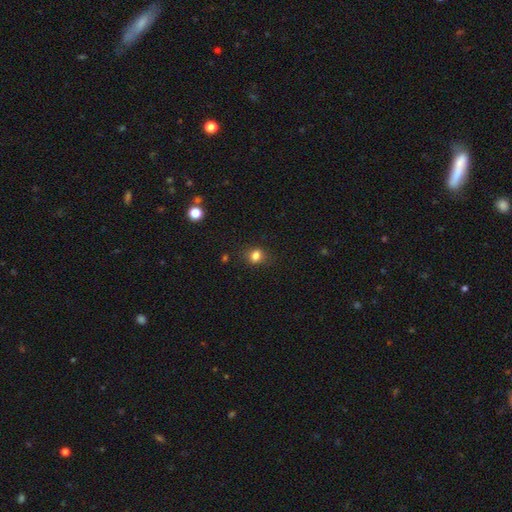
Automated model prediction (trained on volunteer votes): A smooth galaxy with no disk features (82%) that is round (68%). Merging: none (82%).